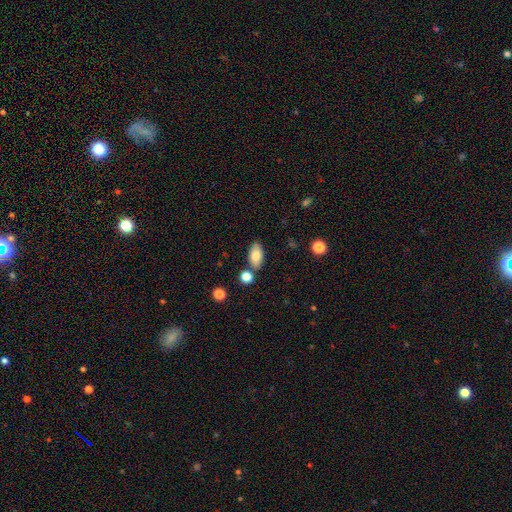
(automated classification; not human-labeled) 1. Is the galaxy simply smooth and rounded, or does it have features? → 82% smooth, 11% featured or disk, 8% star or artifact.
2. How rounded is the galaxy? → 91% in between, 4% cigar-shaped, 4% round.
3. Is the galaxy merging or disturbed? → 78% none, 11% minor disturbance, 9% merger, 3% major disturbance.